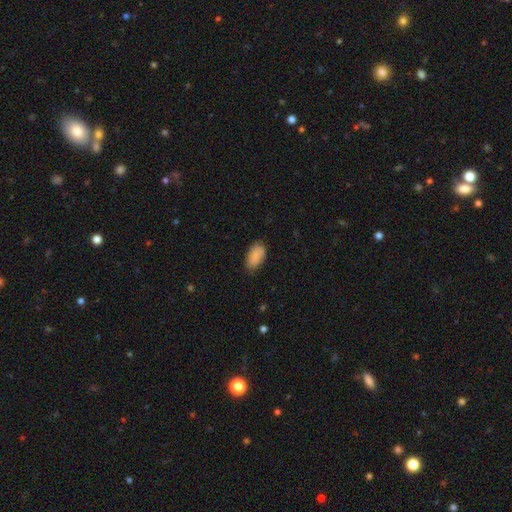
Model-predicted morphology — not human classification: Smooth or featured? Predicted: smooth (p=0.89). How rounded? Predicted: in between (p=0.94). Merging? Predicted: none (p=0.80).